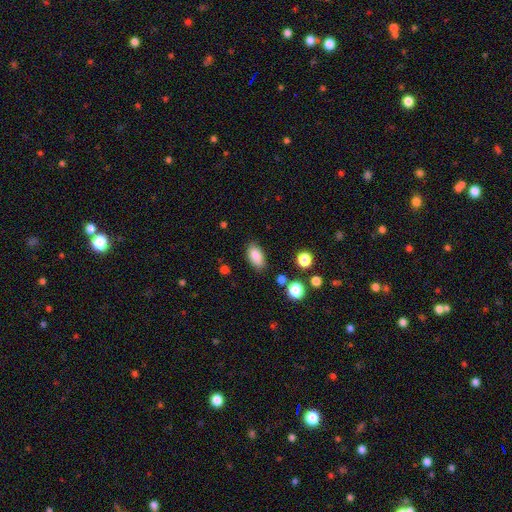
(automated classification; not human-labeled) This is clearly a smooth galaxy (85%). How rounded: clearly in between (92%). Merging: clearly none (83%).